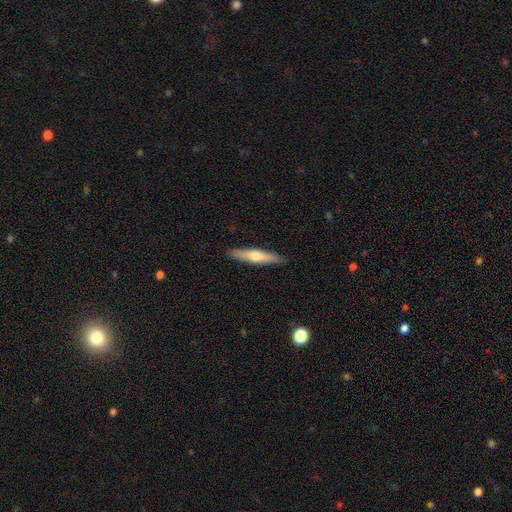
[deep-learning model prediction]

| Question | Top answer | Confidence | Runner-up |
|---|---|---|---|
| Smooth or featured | smooth | 49% | featured or disk (45%) |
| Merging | none | 91% | minor disturbance (7%) |